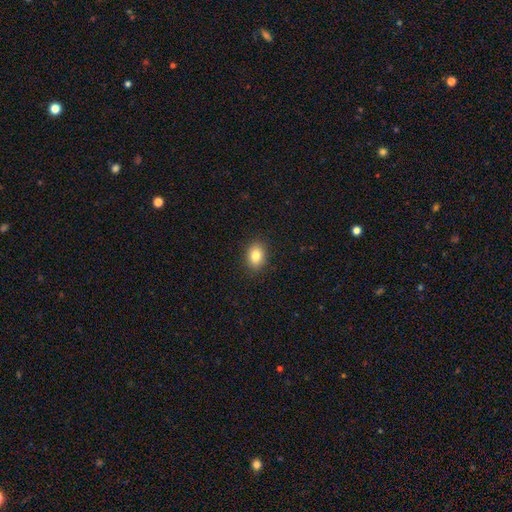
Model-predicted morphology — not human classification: type=smooth (83%); roundness=in between (70%); merging=none (90%).